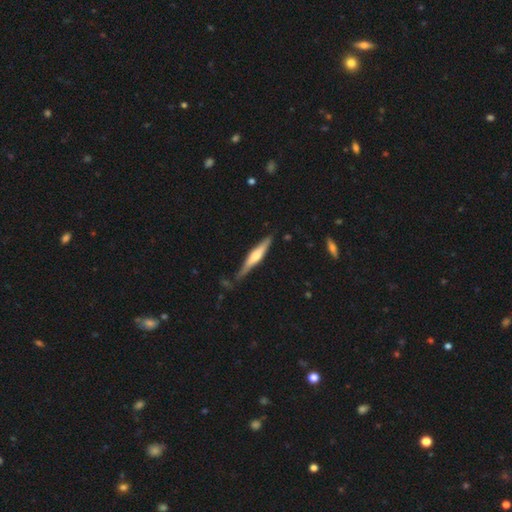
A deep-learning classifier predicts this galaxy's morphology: Smooth or featured? Predicted: featured or disk (p=0.62). Edge-on disk? Predicted: yes (p=0.96). Edge-on bulge? Predicted: rounded (p=0.80). Merging? Predicted: none (p=0.80).